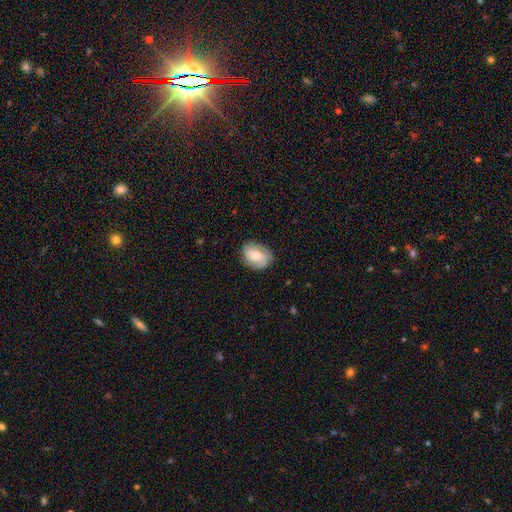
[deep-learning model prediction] Smooth or featured? Predicted: smooth (p=0.50). Merging? Predicted: none (p=0.77).